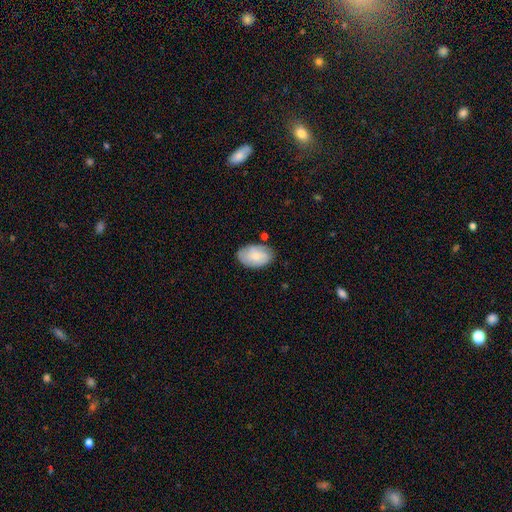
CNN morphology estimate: A smooth galaxy with no disk features (70%) that is in between round and cigar-shaped (90%). Merging: none (74%).